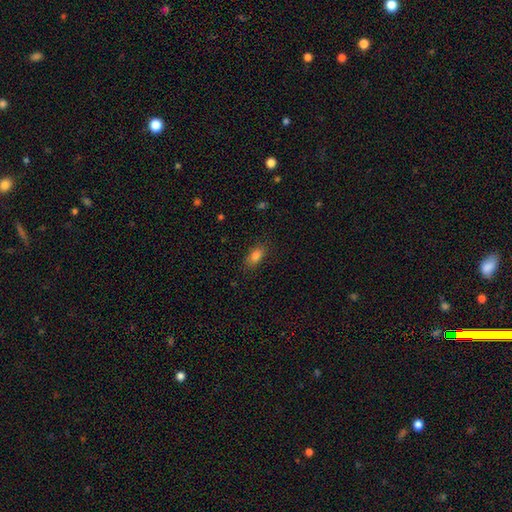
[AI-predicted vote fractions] This appears to be a smooth galaxy with no disk features (83%) that is in between round and cigar-shaped (87%). Merging: none (83%).